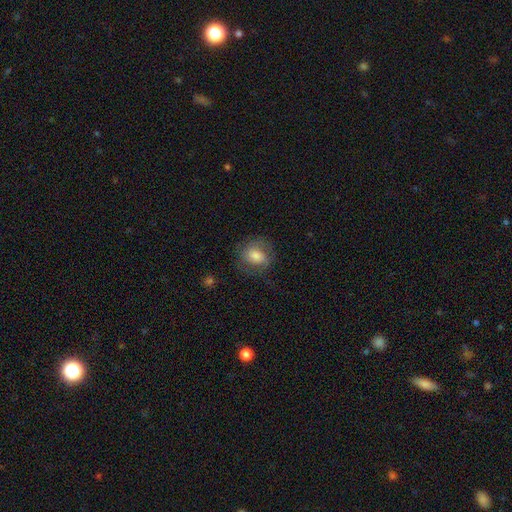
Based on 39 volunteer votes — Morphology: type=smooth (59%); roundness=round (65%); merging=none (68%).